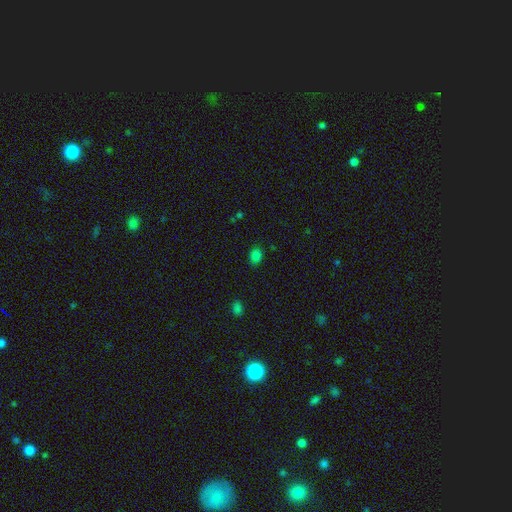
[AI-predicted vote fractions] This appears to be a smooth galaxy with no disk features (80%) that is in between round and cigar-shaped (57%). Merging: none (85%).